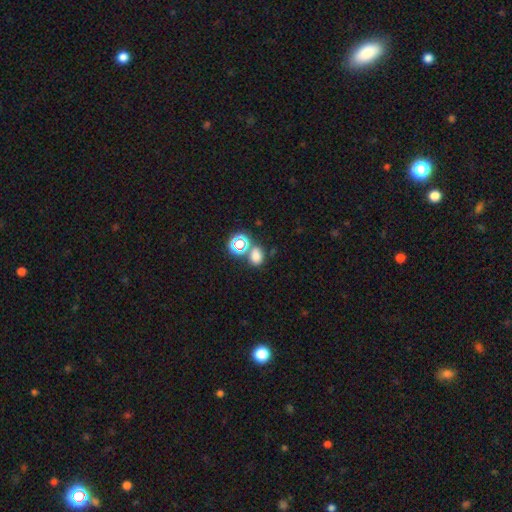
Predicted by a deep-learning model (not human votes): The model was most divided on "how rounded": in between: 53%, round: 46%, cigar-shaped: 1%. More confident: smooth or featured — smooth (67%); merging — none (61%).